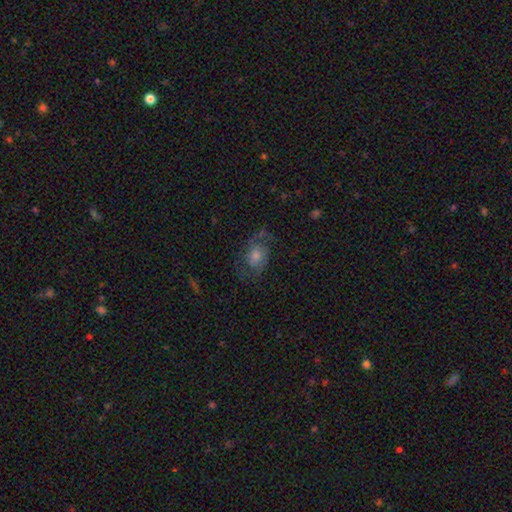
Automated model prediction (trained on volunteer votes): Smooth or featured? featured or disk (54%)
Edge-on disk? no (95%)
Bar? no (73%)
Spiral arms? yes (81%)
Bulge size? moderate (49%)
Merging? none (64%)